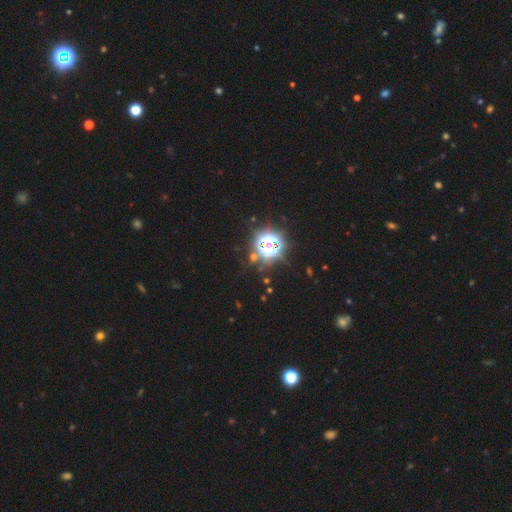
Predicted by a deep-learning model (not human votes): Smooth or featured? star or artifact (79%)